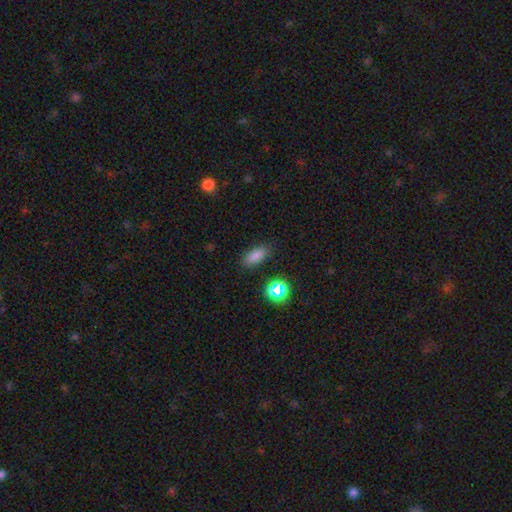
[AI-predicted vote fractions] Morphology: type=smooth (79%); roundness=in between (82%); merging=none (86%).